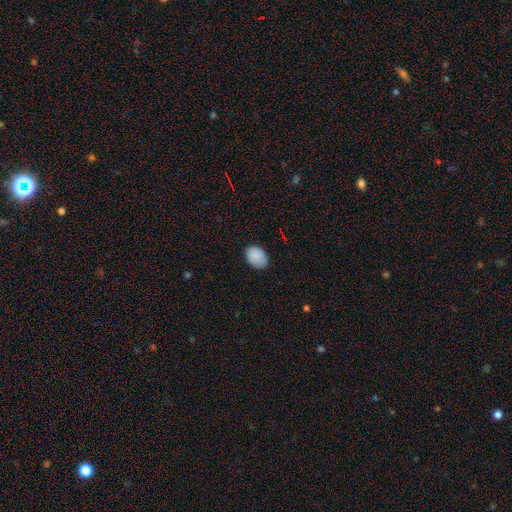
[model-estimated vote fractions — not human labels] This is clearly a smooth galaxy (87%). How rounded: likely in between (79%). Merging: likely none (79%).